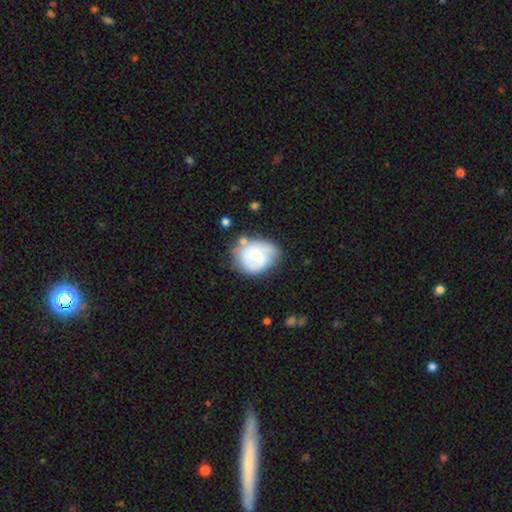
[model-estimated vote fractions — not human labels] The model was most divided on "smooth or featured": featured or disk: 53%, smooth: 41%, star or artifact: 6%. More confident: edge-on disk — no (97%); bar — no (63%); bulge size — moderate (61%); spiral arms — yes (61%); merging — none (52%).